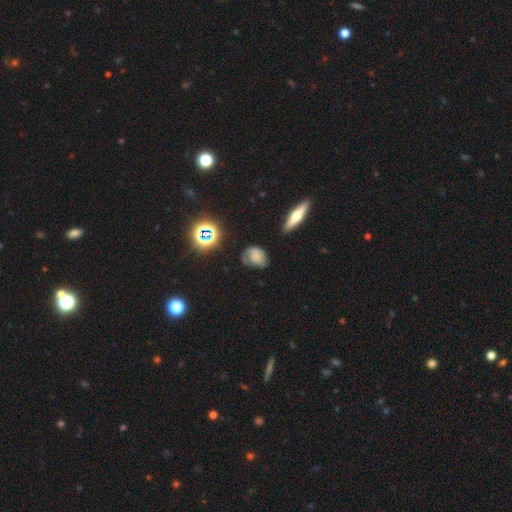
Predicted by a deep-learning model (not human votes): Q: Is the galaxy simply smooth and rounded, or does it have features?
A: smooth — 57%.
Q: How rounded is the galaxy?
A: in between — 67%.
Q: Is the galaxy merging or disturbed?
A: none — 51%.